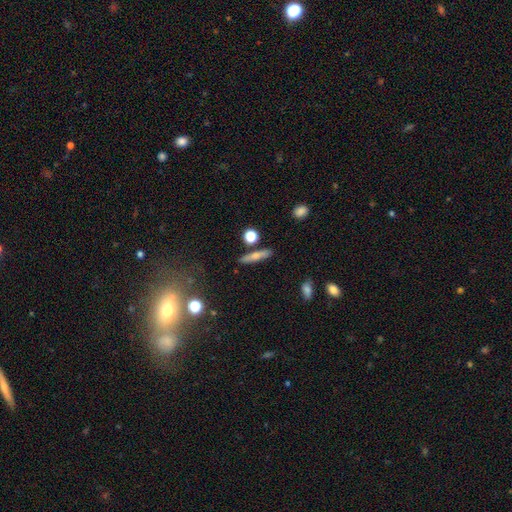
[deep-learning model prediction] This is likely a smooth galaxy (60%). How rounded: clearly cigar-shaped (81%). Merging: clearly none (84%).